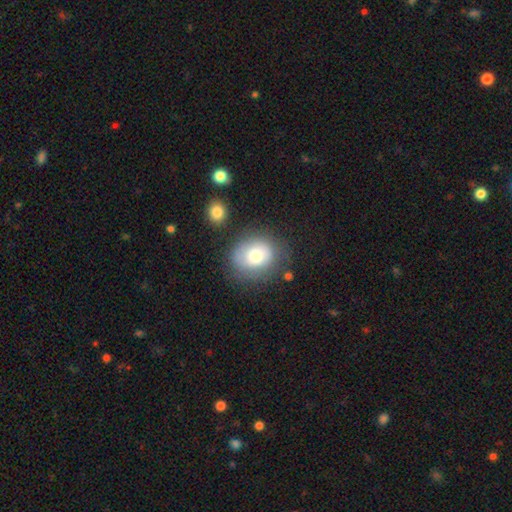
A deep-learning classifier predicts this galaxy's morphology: The model was most divided on "how rounded": round: 65%, in between: 34%, cigar-shaped: 1%. More confident: smooth or featured — smooth (72%); merging — none (68%).